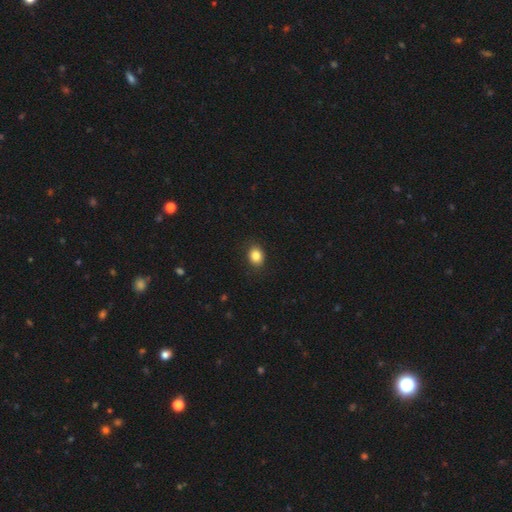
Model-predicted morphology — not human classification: smooth-or-featured: smooth: 85% | star or artifact: 10% | featured or disk: 5%
  how-rounded: round: 51% | in between: 49% | cigar-shaped: 1%
  merging: none: 88% | minor disturbance: 9% | major disturbance: 2% | merger: 1%